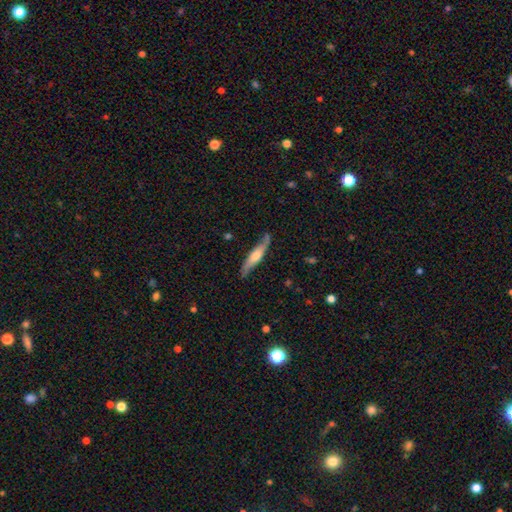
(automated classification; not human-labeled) Q: Smooth or featured?
A: featured or disk (56%); runner-up: smooth (39%)
Q: Edge-on disk?
A: yes (81%); runner-up: no (19%)
Q: Merging?
A: none (79%); runner-up: minor disturbance (16%)